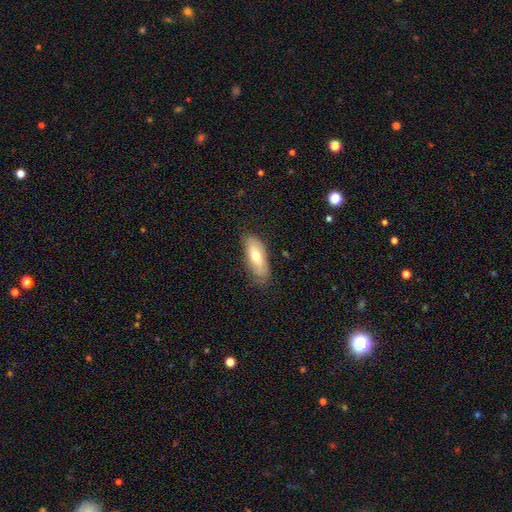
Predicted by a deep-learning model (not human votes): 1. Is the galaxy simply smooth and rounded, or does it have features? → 68% smooth, 25% featured or disk, 7% star or artifact.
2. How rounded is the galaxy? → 75% in between, 23% cigar-shaped, 2% round.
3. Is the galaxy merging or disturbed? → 76% none, 19% minor disturbance, 4% major disturbance, 1% merger.